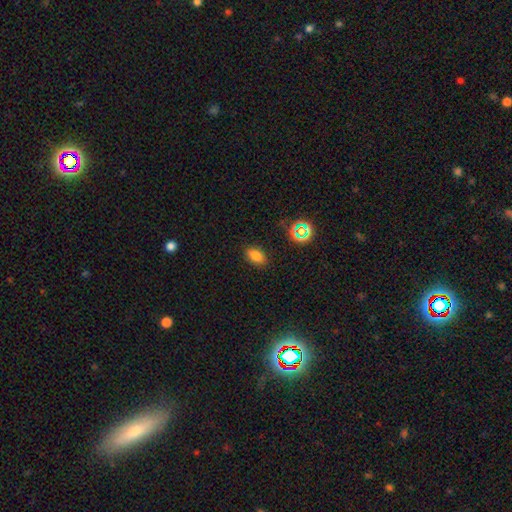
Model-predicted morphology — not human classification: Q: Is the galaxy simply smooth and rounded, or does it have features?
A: smooth — 78%.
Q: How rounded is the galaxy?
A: in between — 85%.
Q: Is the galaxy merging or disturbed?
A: none — 86%.